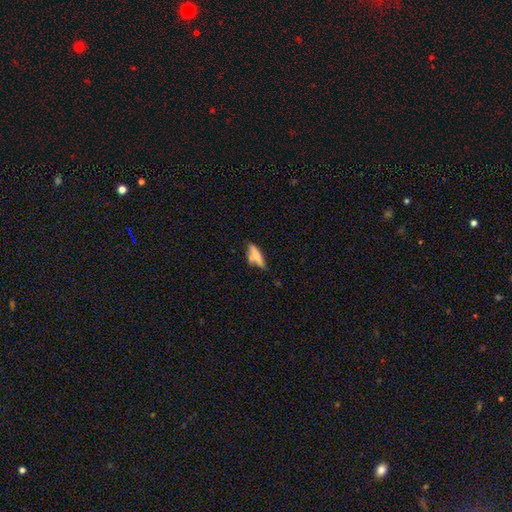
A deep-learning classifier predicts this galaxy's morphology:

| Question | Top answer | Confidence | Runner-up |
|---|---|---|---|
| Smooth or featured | smooth | 63% | featured or disk (28%) |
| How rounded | cigar-shaped | 64% | in between (33%) |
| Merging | none | 47% | merger (25%) |